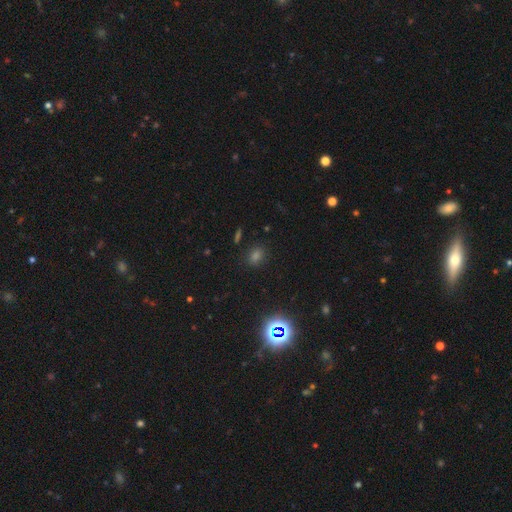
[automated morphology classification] The model was most divided on "how rounded": in between: 55%, round: 43%, cigar-shaped: 2%. More confident: merging — none (85%); smooth or featured — smooth (58%).